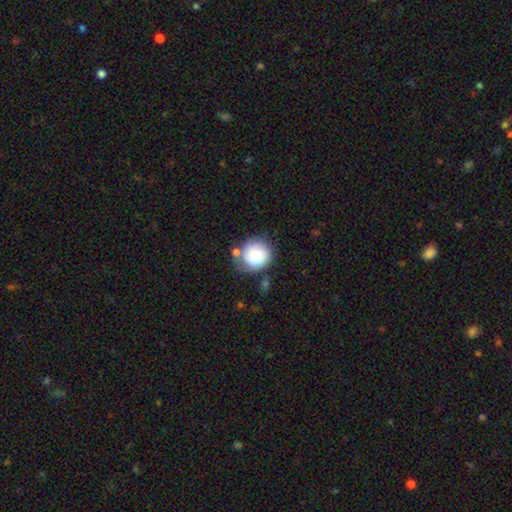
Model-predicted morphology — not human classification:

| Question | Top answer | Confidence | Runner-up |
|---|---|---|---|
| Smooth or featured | smooth | 72% | featured or disk (21%) |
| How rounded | round | 87% | in between (12%) |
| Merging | none | 54% | minor disturbance (24%) |